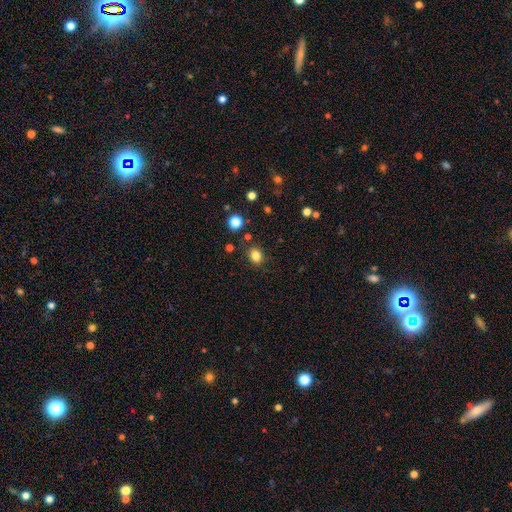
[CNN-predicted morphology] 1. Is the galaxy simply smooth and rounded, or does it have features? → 83% smooth, 12% star or artifact, 5% featured or disk.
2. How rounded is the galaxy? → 55% round, 44% in between, 1% cigar-shaped.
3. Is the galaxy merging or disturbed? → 84% none, 10% minor disturbance, 3% merger, 3% major disturbance.